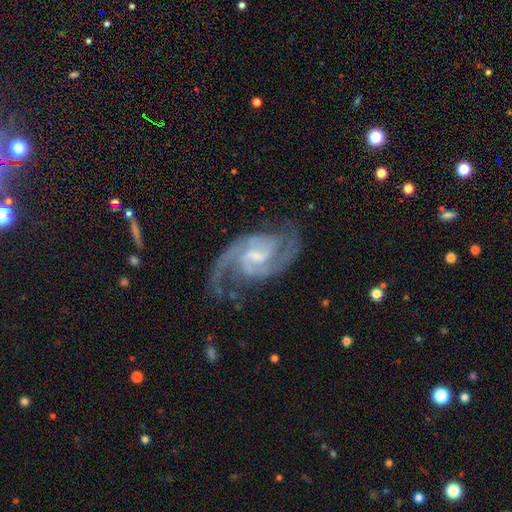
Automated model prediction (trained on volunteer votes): Smooth or featured: featured or disk — 92% (star or artifact — 4%)
Edge-on disk: no — 98% (yes — 2%)
Bar: weak — 60% (no — 23%)
Spiral arms: yes — 98% (no — 2%)
Spiral winding: medium — 59% (tight — 25%)
Spiral arm count: 2 — 82% (3 — 7%)
Bulge size: small — 53% (moderate — 29%)
Merging: none — 70% (minor disturbance — 18%)